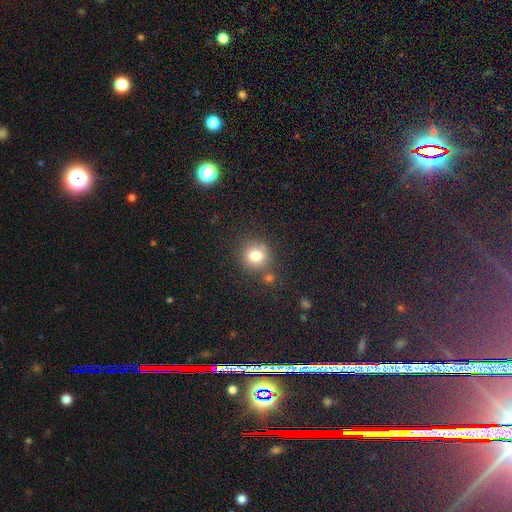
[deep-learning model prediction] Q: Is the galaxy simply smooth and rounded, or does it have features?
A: smooth — 80%.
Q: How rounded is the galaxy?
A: round — 89%.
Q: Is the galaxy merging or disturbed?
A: none — 73%.